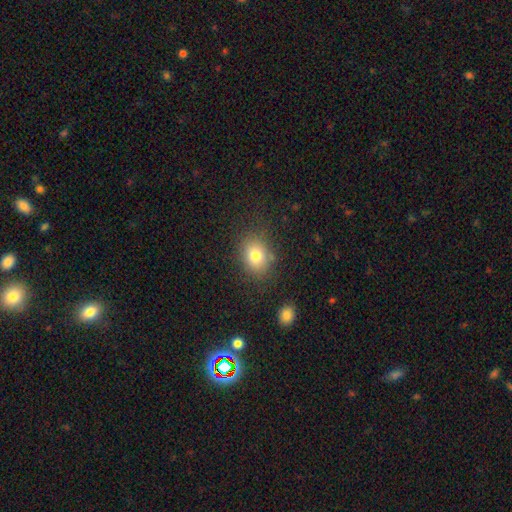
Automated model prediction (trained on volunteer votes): A smooth galaxy with no disk features (77%) that is in between round and cigar-shaped (51%).

Vote fractions:
- Smooth or featured? smooth: 77% / star or artifact: 12% / featured or disk: 11%
- How rounded? in between: 51% / round: 48% / cigar-shaped: 1%
- Merging? none: 79% / minor disturbance: 13% / major disturbance: 5% / merger: 3%